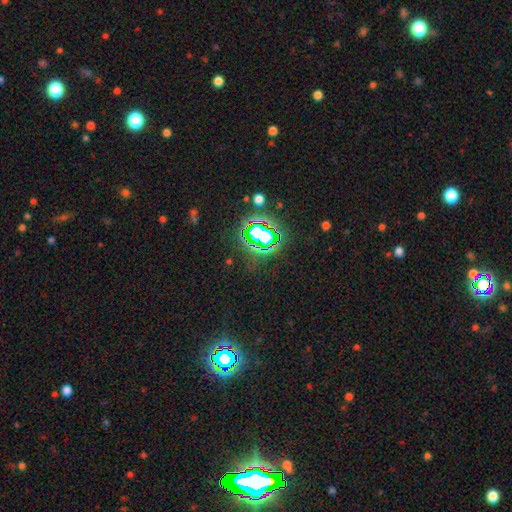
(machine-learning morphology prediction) Smooth or featured?
  - star or artifact: 82% *
  - smooth: 11%
  - featured or disk: 7%